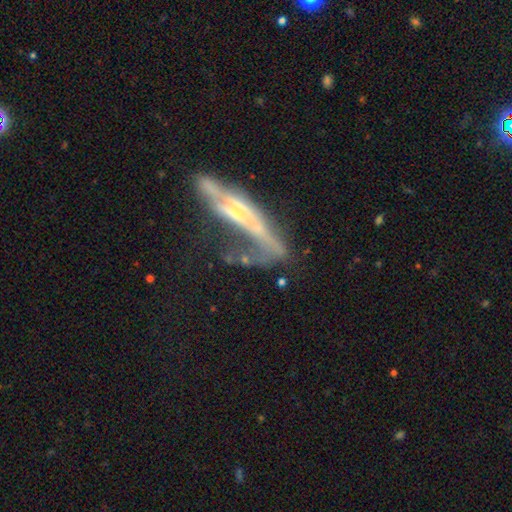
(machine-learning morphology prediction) Smooth or featured? Predicted: featured or disk (p=0.72). Edge-on disk? Predicted: yes (p=0.65). Merging? Predicted: none (p=0.37).